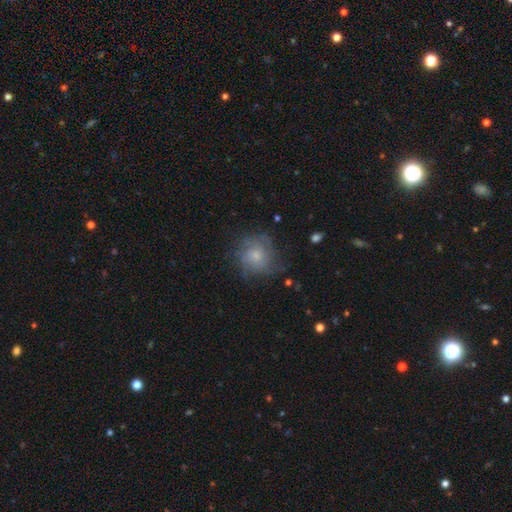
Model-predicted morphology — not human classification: Q: Smooth or featured?
A: smooth (45%); runner-up: featured or disk (44%)
Q: Merging?
A: none (61%); runner-up: minor disturbance (23%)